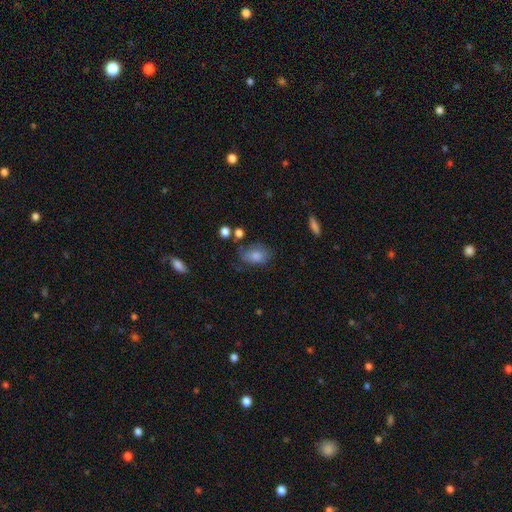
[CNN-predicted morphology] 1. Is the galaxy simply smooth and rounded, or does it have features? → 75% smooth, 17% featured or disk, 9% star or artifact.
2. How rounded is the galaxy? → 80% in between, 18% round, 2% cigar-shaped.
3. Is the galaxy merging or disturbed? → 52% none, 29% minor disturbance, 14% major disturbance, 4% merger.